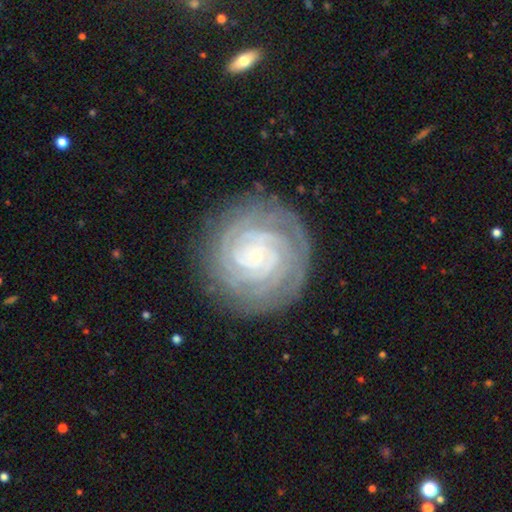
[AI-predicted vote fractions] A featured or disk galaxy (85%) with no bar (77%), tight (88%) spiral arms (97%) and a small central bulge (88%).

Vote fractions:
- Smooth or featured? featured or disk: 85% / smooth: 8% / star or artifact: 7%
- Edge-on disk? no: 97% / yes: 3%
- Bar? no: 77% / weak: 16% / strong: 7%
- Spiral arms? yes: 97% / no: 3%
- Spiral winding? tight: 88% / medium: 11% / loose: 2%
- Spiral arm count? can't tell: 24% / 4: 22% / 3: 18% / 2: 15% / more than 4: 13% / 1: 7%
- Bulge size? small: 88% / moderate: 7% / none: 3% / large: 1% / dominant: 1%
- Merging? none: 82% / minor disturbance: 13% / major disturbance: 4% / merger: 1%